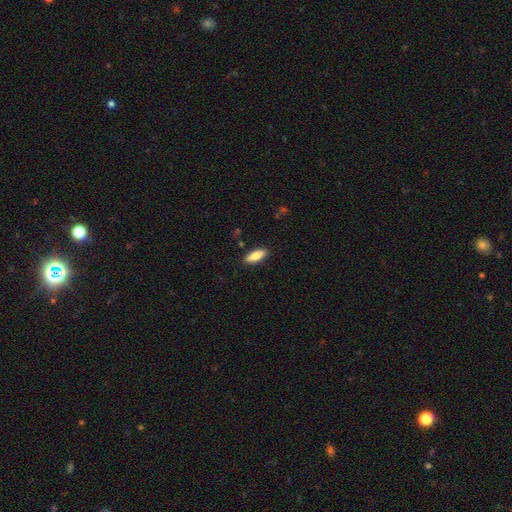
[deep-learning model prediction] smooth-or-featured: smooth: 77% | featured or disk: 17% | star or artifact: 6%
  how-rounded: in between: 66% | cigar-shaped: 32% | round: 2%
  merging: none: 88% | minor disturbance: 9% | major disturbance: 2% | merger: 1%